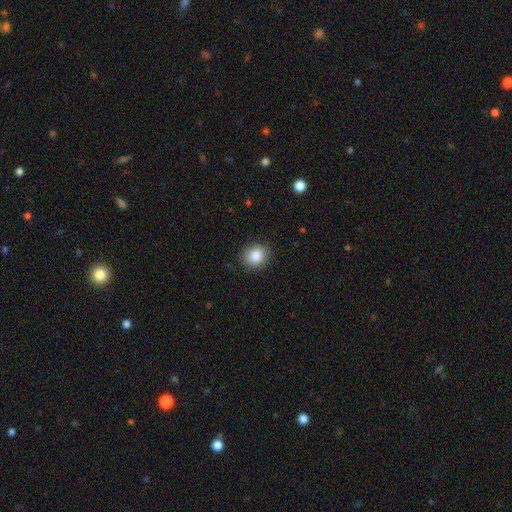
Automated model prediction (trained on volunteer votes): Smooth or featured? smooth (86%)
How rounded? round (70%)
Merging? none (87%)